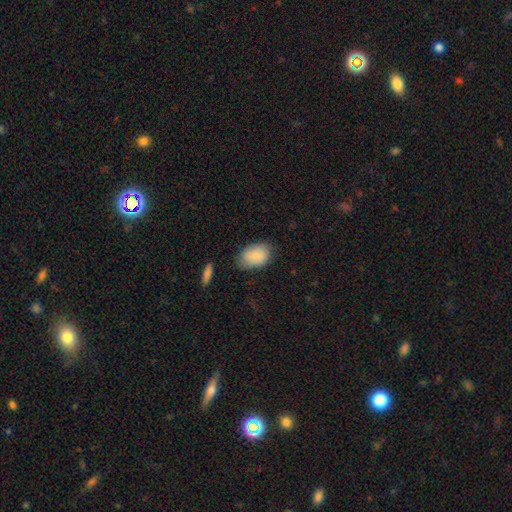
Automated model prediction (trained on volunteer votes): Smooth or featured? Predicted: smooth (p=0.85). How rounded? Predicted: in between (p=0.87). Merging? Predicted: none (p=0.73).